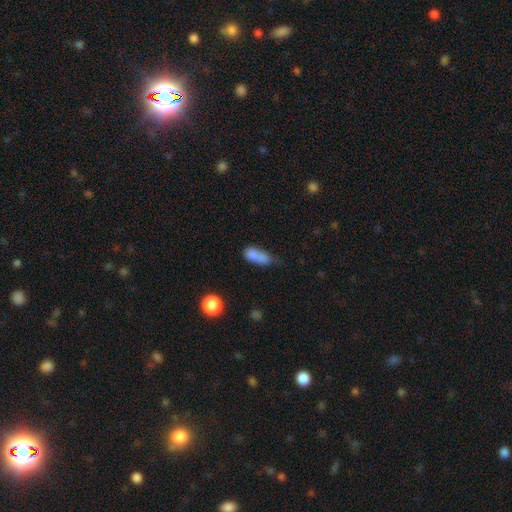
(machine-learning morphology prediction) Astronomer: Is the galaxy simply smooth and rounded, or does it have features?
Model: smooth — 74%.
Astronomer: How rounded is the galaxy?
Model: in between — 69%.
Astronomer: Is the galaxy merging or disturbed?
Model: merger — 37% (runner-up: none, 25%).